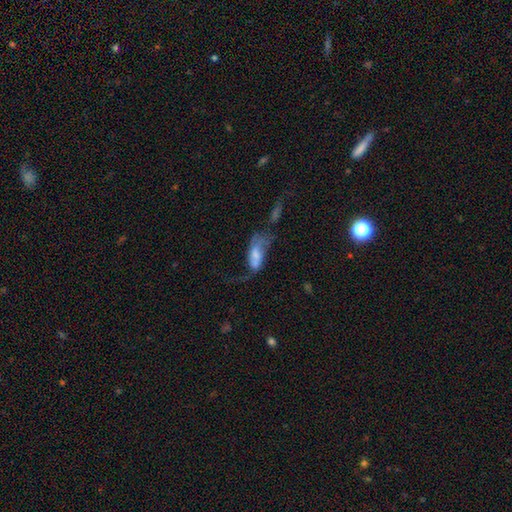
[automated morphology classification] A smooth galaxy with no disk features (48%). Merging: major disturbance (43%).